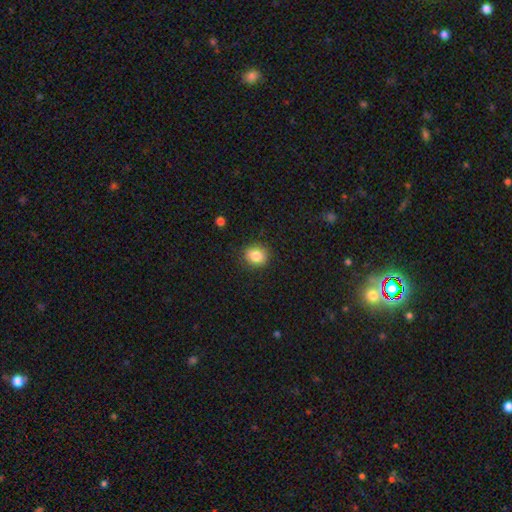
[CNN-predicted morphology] Smooth or featured? Predicted: smooth (p=0.86). How rounded? Predicted: round (p=0.64). Merging? Predicted: none (p=0.87).